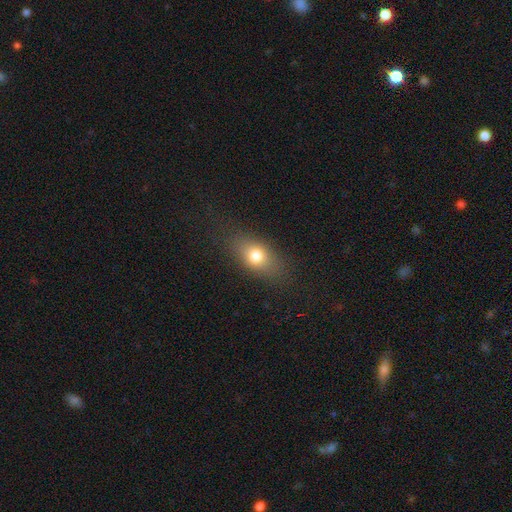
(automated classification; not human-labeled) Smooth or featured?
  - smooth: 76% *
  - featured or disk: 13%
  - star or artifact: 11%
How rounded?
  - in between: 75% *
  - round: 20%
  - cigar-shaped: 5%
Merging?
  - none: 80% *
  - minor disturbance: 13%
  - major disturbance: 6%
  - merger: 1%